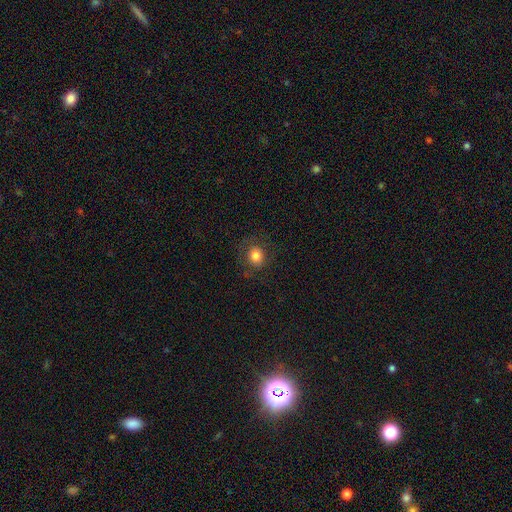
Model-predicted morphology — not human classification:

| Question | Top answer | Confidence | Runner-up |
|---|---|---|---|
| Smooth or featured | smooth | 79% | star or artifact (11%) |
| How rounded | round | 76% | in between (24%) |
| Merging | none | 79% | minor disturbance (13%) |